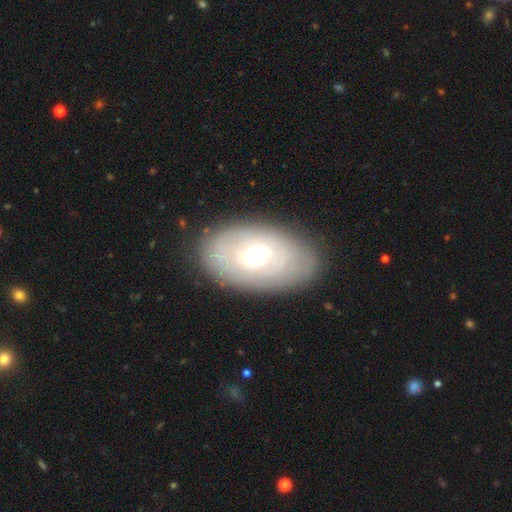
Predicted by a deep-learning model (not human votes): Smooth or featured? featured or disk (60%)
Edge-on disk? no (90%)
Bar? weak (47%)
Spiral arms? no (61%)
Bulge size? moderate (65%)
Merging? none (79%)